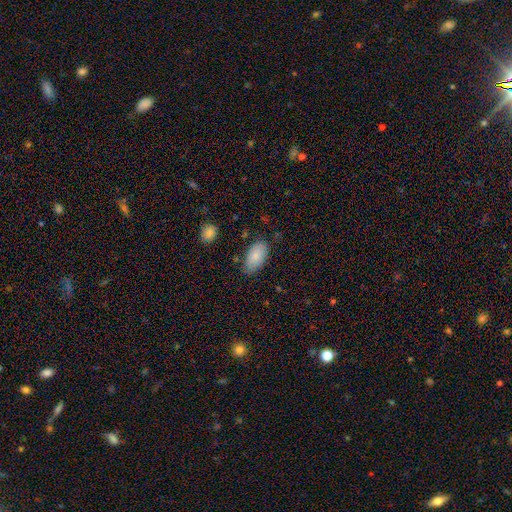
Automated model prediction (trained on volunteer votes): The model was most divided on "merging": none: 77%, minor disturbance: 18%, major disturbance: 3%, merger: 2%. More confident: how rounded — in between (95%); smooth or featured — smooth (85%).